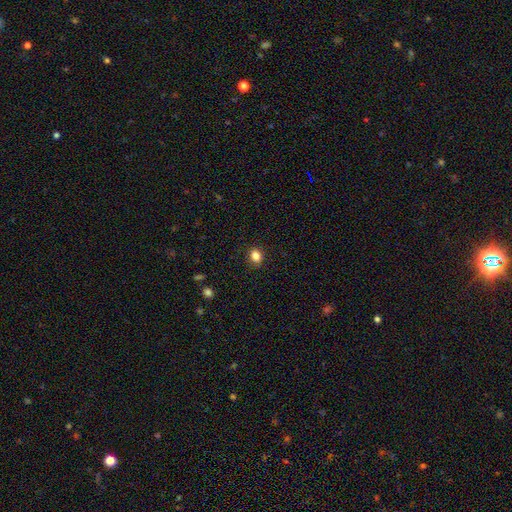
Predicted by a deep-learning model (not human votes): Smooth or featured?
  - smooth: 84% *
  - star or artifact: 11%
  - featured or disk: 5%
How rounded?
  - round: 56% *
  - in between: 43%
  - cigar-shaped: 1%
Merging?
  - none: 90% *
  - minor disturbance: 7%
  - major disturbance: 2%
  - merger: 1%